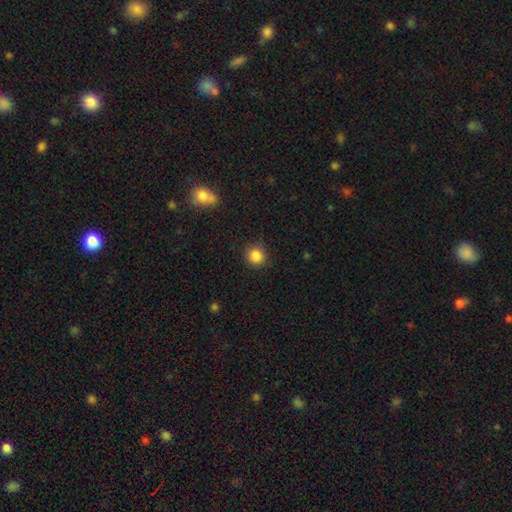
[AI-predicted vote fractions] Smooth or featured? smooth (86%)
How rounded? round (93%)
Merging? none (87%)